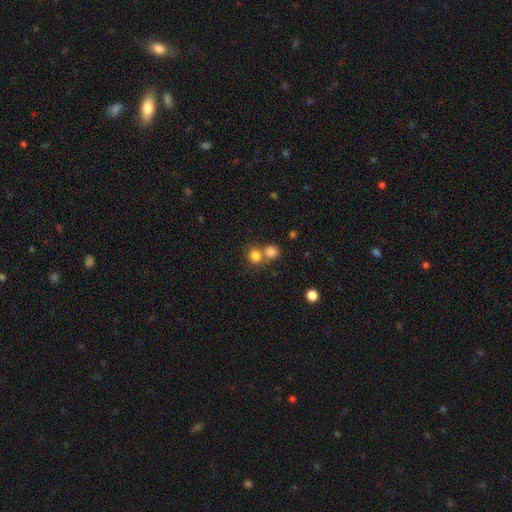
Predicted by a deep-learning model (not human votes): smooth_or_featured: smooth (p=0.80) [alt: star or artifact p=0.12]
how_rounded: round (p=0.81) [alt: in between p=0.18]
merging: none (p=0.46) [alt: merger p=0.45]